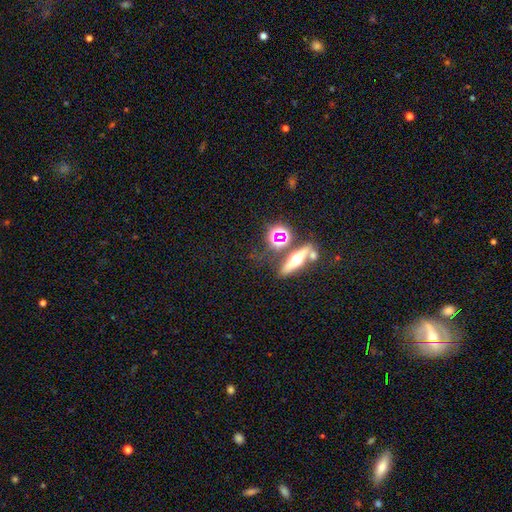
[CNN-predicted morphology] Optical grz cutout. It shows a featured or disk galaxy (45%). Merging: none (64%).